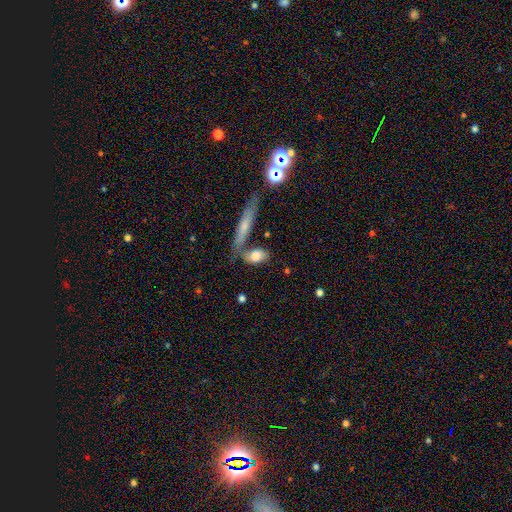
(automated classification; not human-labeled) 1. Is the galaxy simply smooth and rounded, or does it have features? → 75% smooth, 18% featured or disk, 7% star or artifact.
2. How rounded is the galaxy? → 70% in between, 19% cigar-shaped, 10% round.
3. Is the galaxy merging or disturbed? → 49% none, 27% merger, 17% minor disturbance, 7% major disturbance.